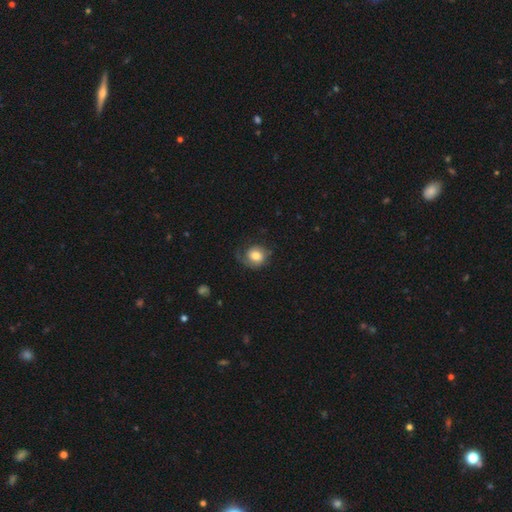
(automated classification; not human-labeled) Smooth or featured?
  - smooth: 57% *
  - featured or disk: 35%
  - star or artifact: 8%
How rounded?
  - round: 71% *
  - in between: 28%
  - cigar-shaped: 1%
Merging?
  - none: 55% *
  - minor disturbance: 24%
  - major disturbance: 19%
  - merger: 1%